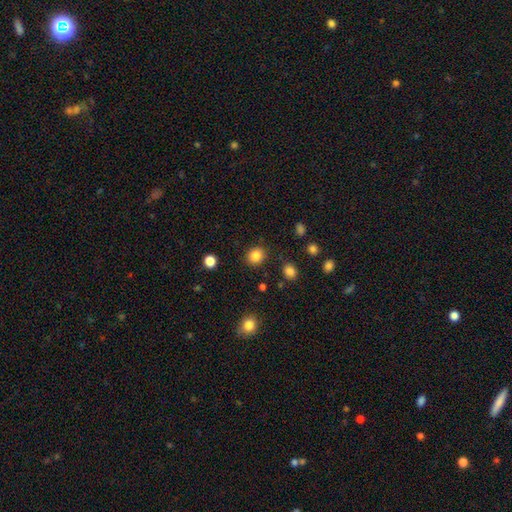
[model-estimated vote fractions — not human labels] smooth_or_featured: smooth (p=0.85) [alt: star or artifact p=0.10]
how_rounded: round (p=0.75) [alt: in between p=0.24]
merging: none (p=0.88) [alt: minor disturbance p=0.08]